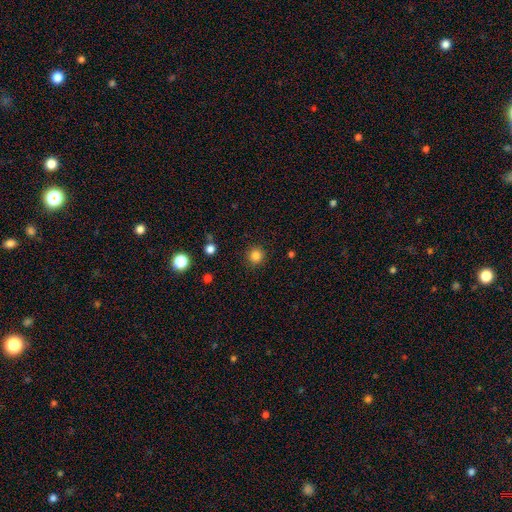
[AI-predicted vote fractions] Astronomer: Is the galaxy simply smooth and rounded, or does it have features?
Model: smooth — 84%.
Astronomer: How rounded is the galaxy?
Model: round — 93%.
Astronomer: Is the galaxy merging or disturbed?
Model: none — 90%.